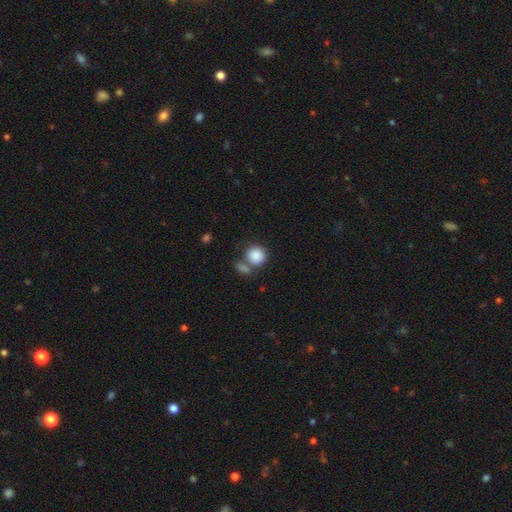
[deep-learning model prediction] The model was most divided on "merging": none: 53%, merger: 29%, minor disturbance: 12%, major disturbance: 6%. More confident: smooth or featured — smooth (86%); how rounded — round (86%).